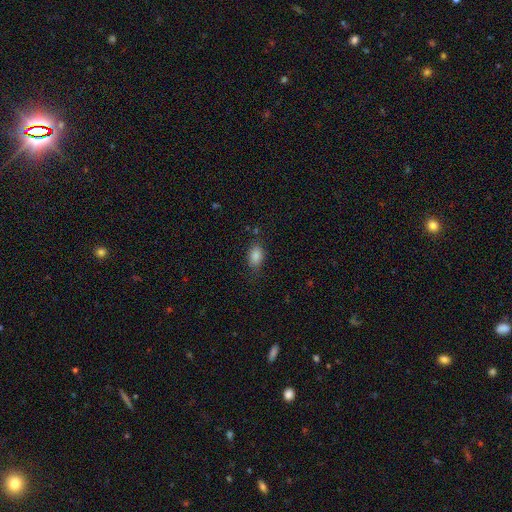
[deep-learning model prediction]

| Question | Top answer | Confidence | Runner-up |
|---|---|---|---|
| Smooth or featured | smooth | 86% | star or artifact (9%) |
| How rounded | in between | 87% | round (11%) |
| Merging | none | 77% | minor disturbance (16%) |